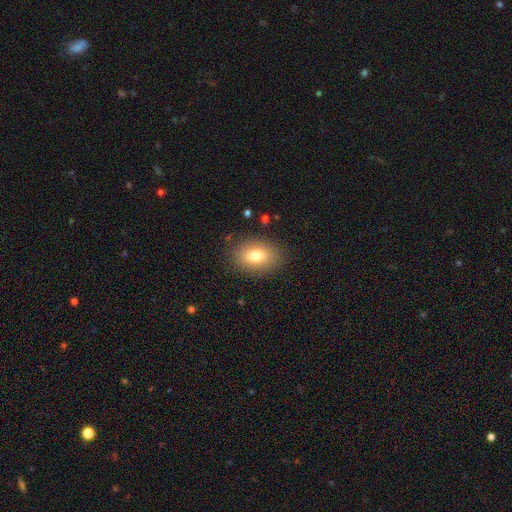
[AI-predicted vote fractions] Q: Smooth or featured?
A: smooth (79%); runner-up: featured or disk (12%)
Q: How rounded?
A: in between (83%); runner-up: round (16%)
Q: Merging?
A: none (86%); runner-up: minor disturbance (10%)